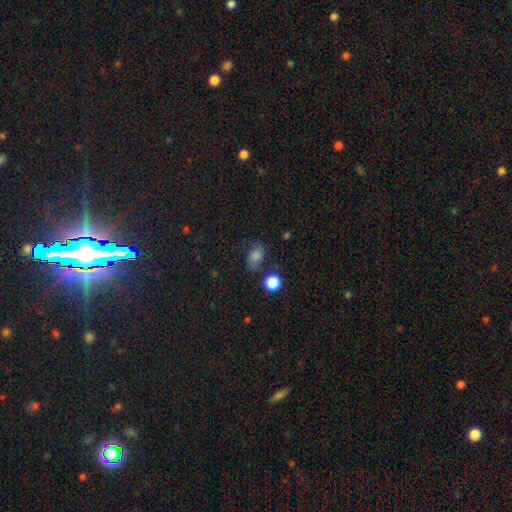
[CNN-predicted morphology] Smooth or featured: smooth — 73% (star or artifact — 15%)
How rounded: in between — 69% (round — 29%)
Merging: none — 64% (minor disturbance — 22%)